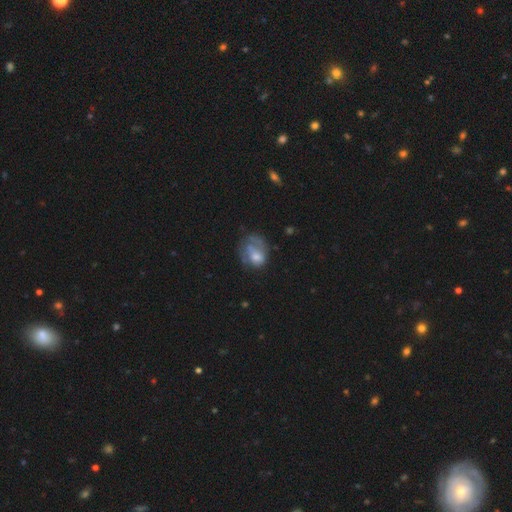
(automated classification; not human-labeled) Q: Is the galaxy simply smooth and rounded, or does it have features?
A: smooth — 53%.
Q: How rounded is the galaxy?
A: in between — 56%.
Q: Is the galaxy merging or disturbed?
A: major disturbance — 35%.